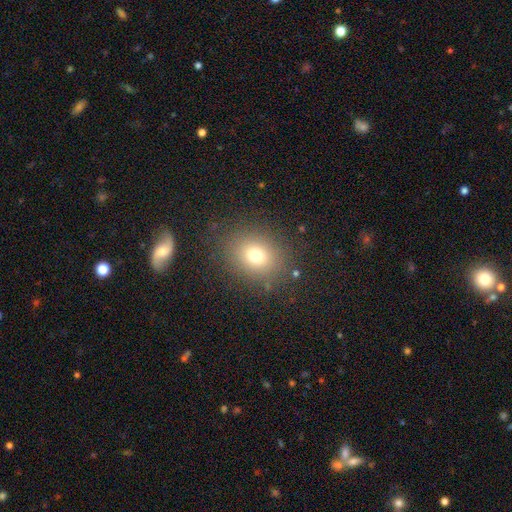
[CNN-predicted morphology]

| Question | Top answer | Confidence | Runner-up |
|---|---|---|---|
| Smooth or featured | smooth | 73% | star or artifact (16%) |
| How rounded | round | 63% | in between (36%) |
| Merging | none | 84% | minor disturbance (9%) |